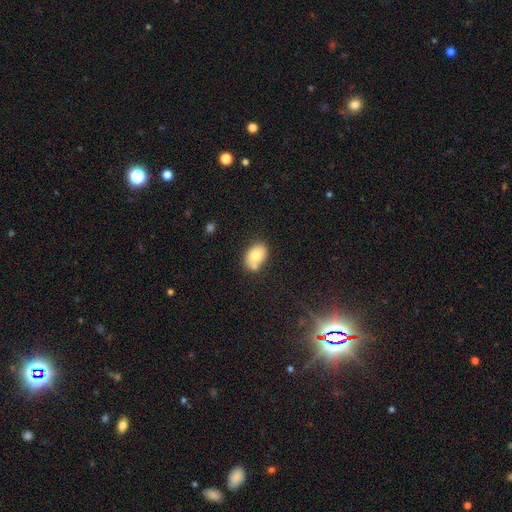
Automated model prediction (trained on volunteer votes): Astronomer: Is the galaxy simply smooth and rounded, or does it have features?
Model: smooth — 72%.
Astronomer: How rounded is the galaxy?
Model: in between — 80%.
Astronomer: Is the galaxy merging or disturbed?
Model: none — 57%.